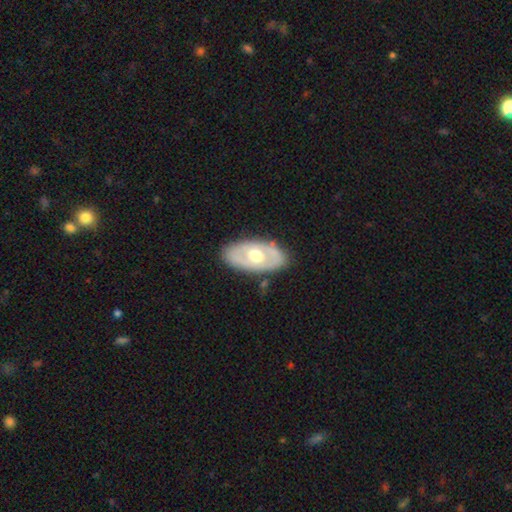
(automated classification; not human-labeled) This appears to be a featured or disk galaxy (56%). Merging: none (82%).